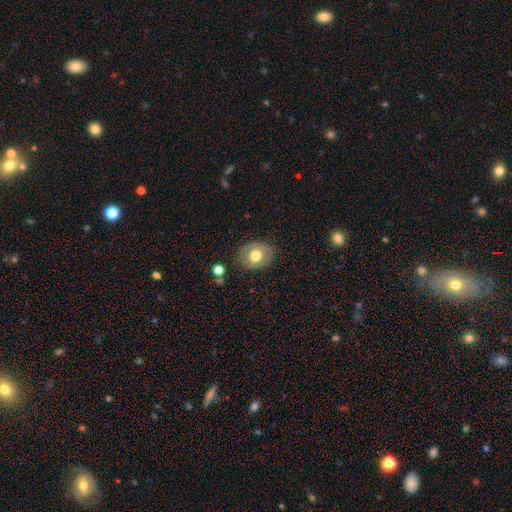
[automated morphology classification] Smooth or featured? Predicted: smooth (p=0.63). How rounded? Predicted: in between (p=0.51). Merging? Predicted: none (p=0.79).